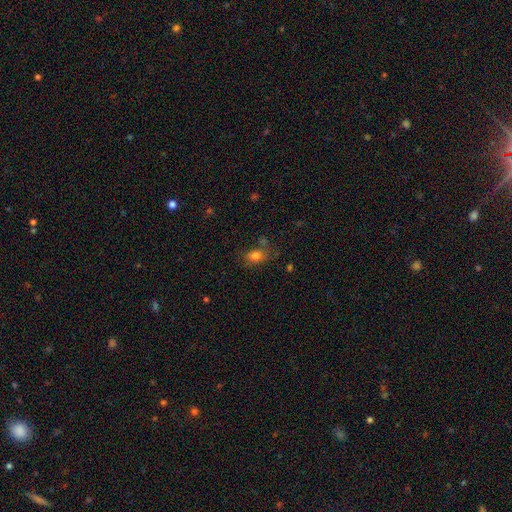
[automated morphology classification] smooth 78%, star or artifact 12%, featured or disk 9%. Down the decision tree: how rounded — in between (71%); merging — none (63%).